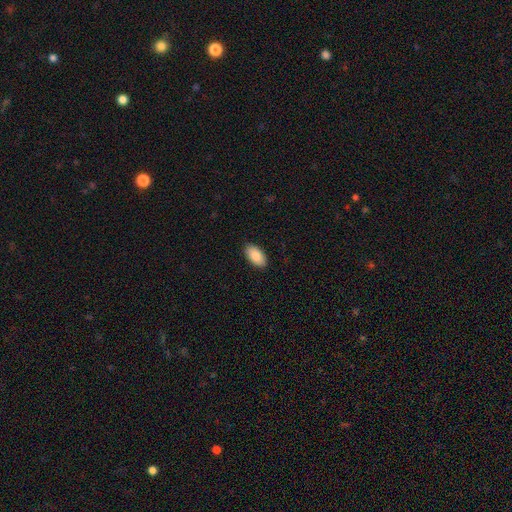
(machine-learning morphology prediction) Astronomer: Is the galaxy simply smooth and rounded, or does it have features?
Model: smooth — 90%.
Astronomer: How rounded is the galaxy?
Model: in between — 95%.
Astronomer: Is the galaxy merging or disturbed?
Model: none — 89%.